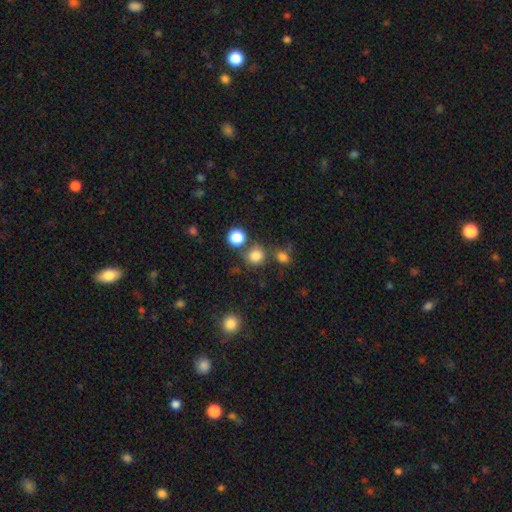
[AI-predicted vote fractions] This appears to be a smooth galaxy with no disk features (80%) that is round (86%). Merging: none (69%).